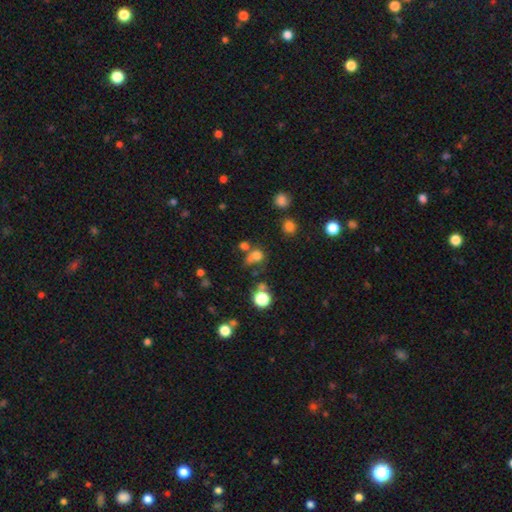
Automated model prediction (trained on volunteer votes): Overall: smooth (68%). How rounded: round (71%). Merging: none (43%; merger 31%).